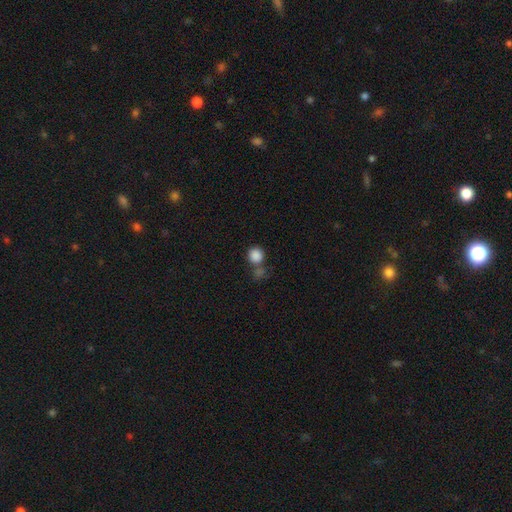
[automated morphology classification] Smooth or featured?
  - smooth: 86% *
  - star or artifact: 10%
  - featured or disk: 4%
How rounded?
  - round: 91% *
  - in between: 8%
  - cigar-shaped: 1%
Merging?
  - none: 58% *
  - merger: 28%
  - minor disturbance: 10%
  - major disturbance: 5%